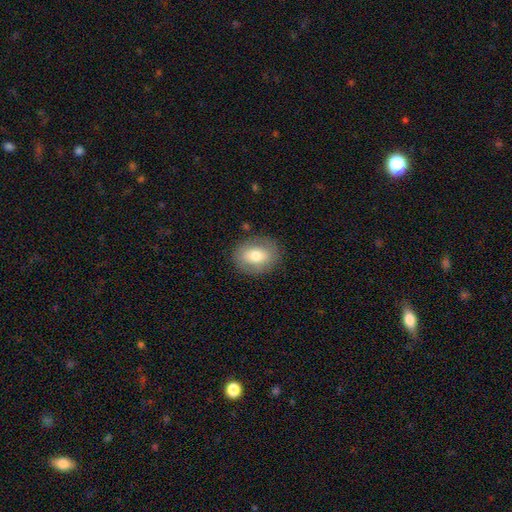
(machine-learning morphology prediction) A smooth galaxy with no disk features (69%) that is in between round and cigar-shaped (59%). Merging: none (84%).